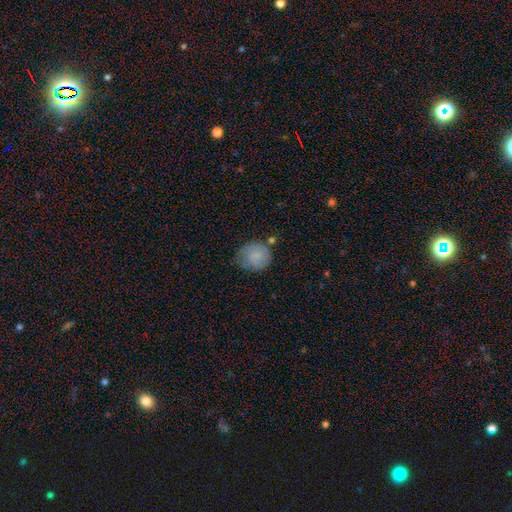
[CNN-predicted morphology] A smooth galaxy with no disk features (82%) that is round (83%). Merging: none (56%).